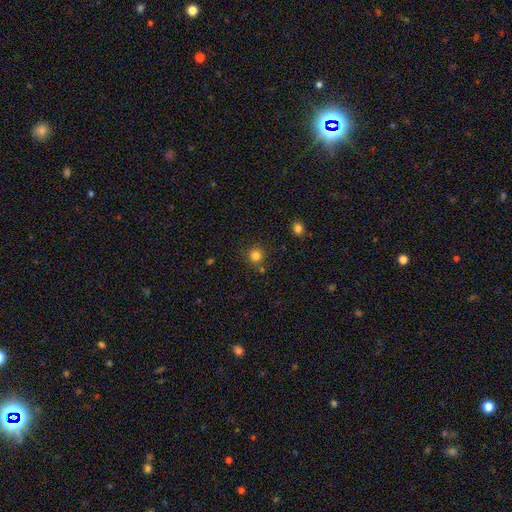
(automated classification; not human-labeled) A smooth galaxy with no disk features (82%) that is round (93%). Merging: none (79%).